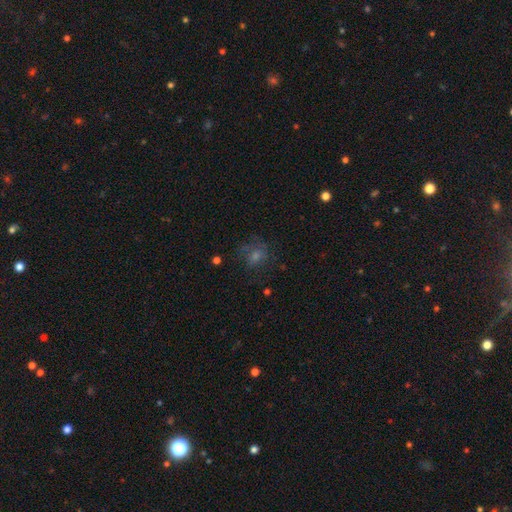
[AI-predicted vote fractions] Overall: smooth (41%; star or artifact 30%). Merging: none (64%).